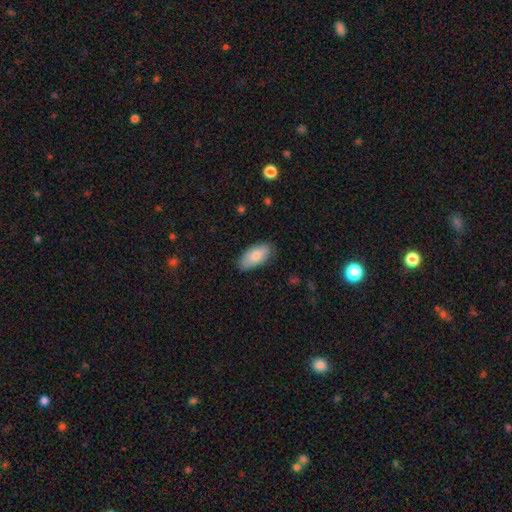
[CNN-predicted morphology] A smooth galaxy with no disk features (82%) that is in between round and cigar-shaped (91%). Merging: none (78%).